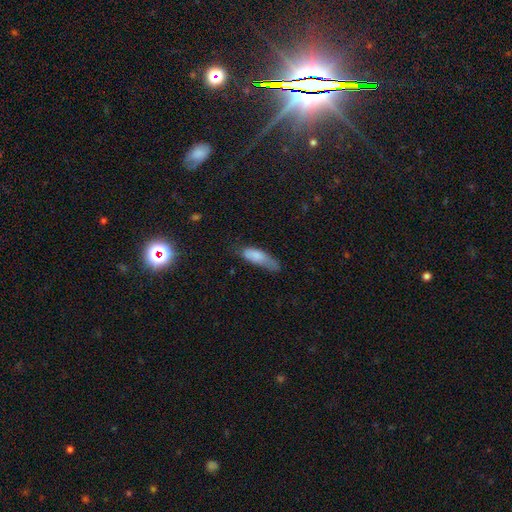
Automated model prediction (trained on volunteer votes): smooth-or-featured: smooth: 79% | featured or disk: 14% | star or artifact: 7%
  how-rounded: in between: 58% | cigar-shaped: 40% | round: 2%
  merging: minor disturbance: 38% | none: 37% | major disturbance: 21% | merger: 4%